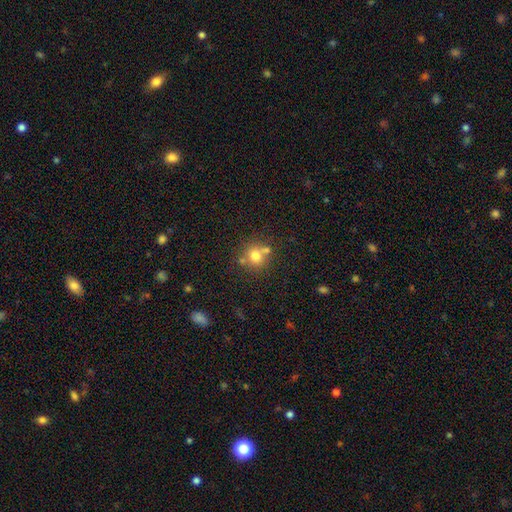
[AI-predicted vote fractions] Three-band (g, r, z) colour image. It shows a smooth galaxy with no disk features (72%) that is round (86%). Merging: none (60%).